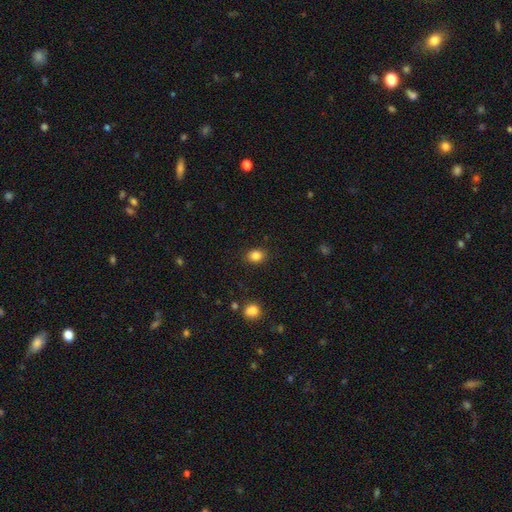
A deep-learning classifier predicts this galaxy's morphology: Smooth or featured?
  - smooth: 85% *
  - star or artifact: 11%
  - featured or disk: 5%
How rounded?
  - round: 58% *
  - in between: 41%
  - cigar-shaped: 1%
Merging?
  - none: 87% *
  - minor disturbance: 9%
  - major disturbance: 3%
  - merger: 1%